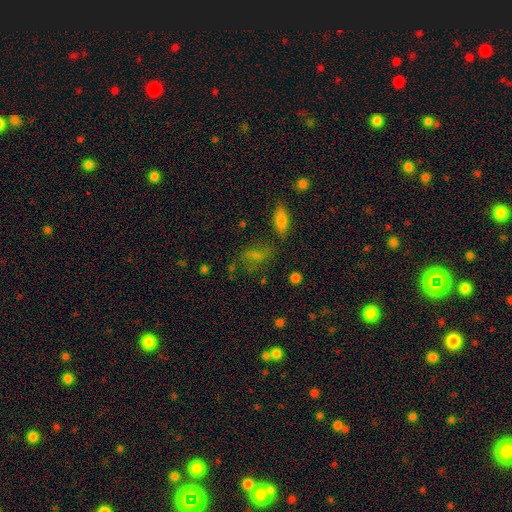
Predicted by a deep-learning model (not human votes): A smooth galaxy with no disk features (63%) that is in between round and cigar-shaped (77%). Merging: none (53%).